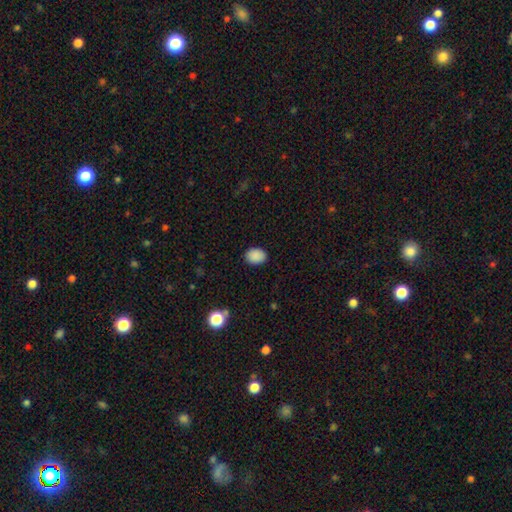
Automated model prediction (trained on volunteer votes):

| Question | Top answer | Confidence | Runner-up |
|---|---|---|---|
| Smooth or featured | smooth | 89% | star or artifact (9%) |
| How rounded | in between | 68% | round (32%) |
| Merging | none | 88% | minor disturbance (9%) |